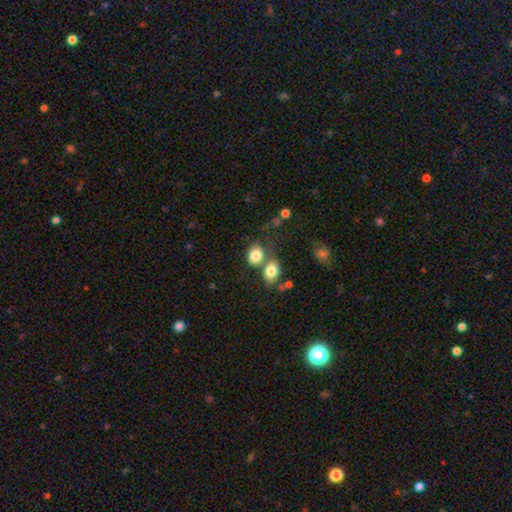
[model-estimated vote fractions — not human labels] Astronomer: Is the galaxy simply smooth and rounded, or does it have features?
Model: smooth — 82%.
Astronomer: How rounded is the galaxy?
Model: in between — 51% (runner-up: round, 48%).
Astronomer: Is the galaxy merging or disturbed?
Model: merger — 44% (runner-up: none, 39%).